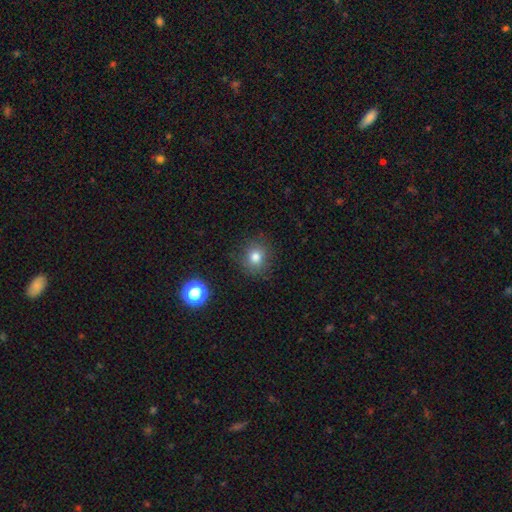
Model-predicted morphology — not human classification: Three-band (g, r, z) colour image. It shows a smooth galaxy with no disk features (79%) that is round (86%). Merging: none (88%).